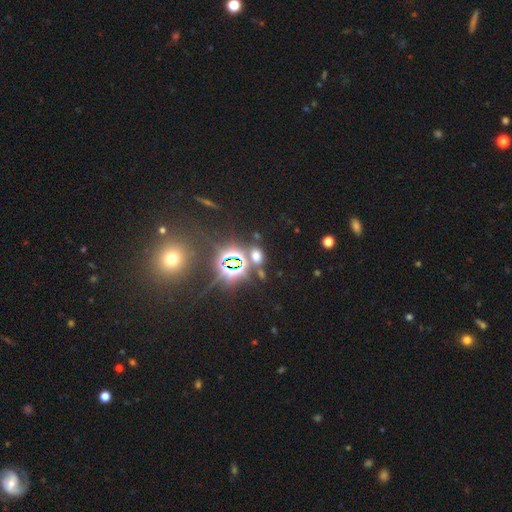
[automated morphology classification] smooth_or_featured: star or artifact (p=0.76) [alt: smooth p=0.17]